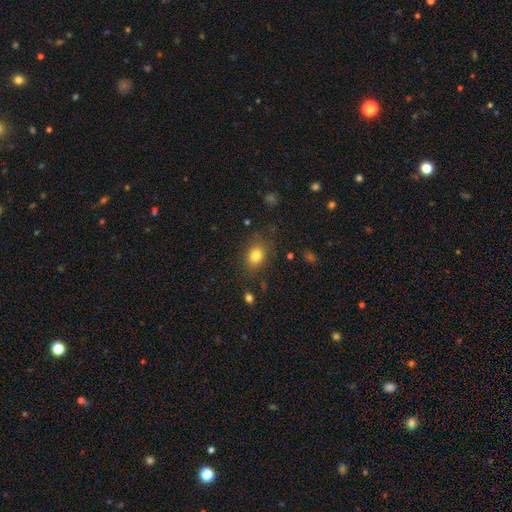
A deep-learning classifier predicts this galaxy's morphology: This appears to be a smooth galaxy with no disk features (81%) that is in between round and cigar-shaped (51%). Merging: none (80%).